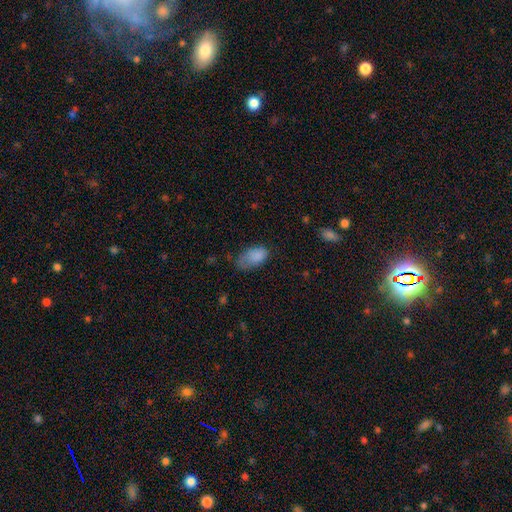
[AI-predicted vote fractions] Smooth or featured? Predicted: smooth (p=0.83). How rounded? Predicted: in between (p=0.94). Merging? Predicted: none (p=0.46).